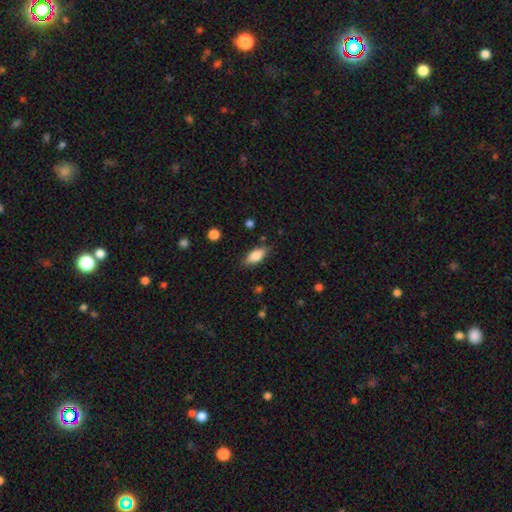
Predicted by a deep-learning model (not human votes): This appears to be a smooth galaxy with no disk features (76%) that is in between round and cigar-shaped (83%). Merging: none (82%).